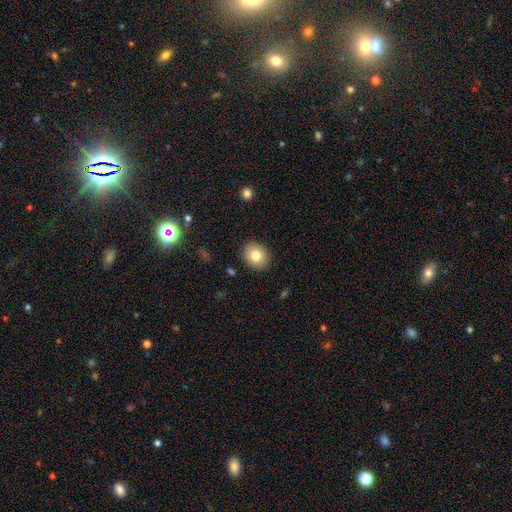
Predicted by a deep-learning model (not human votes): smooth-or-featured: smooth: 80% | featured or disk: 10% | star or artifact: 9%
  how-rounded: round: 63% | in between: 36% | cigar-shaped: 1%
  merging: none: 90% | minor disturbance: 7% | major disturbance: 2% | merger: 1%